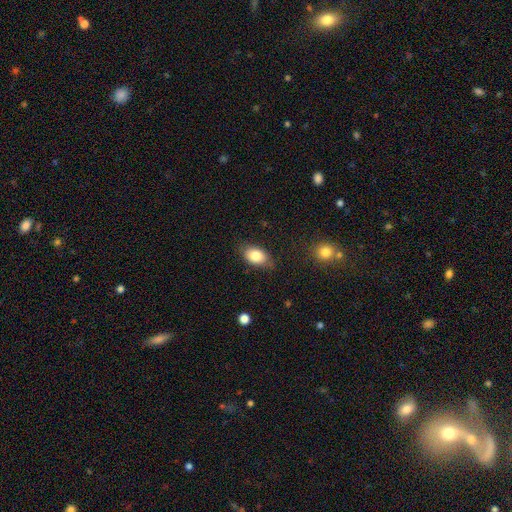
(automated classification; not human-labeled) The model was most divided on "merging": none: 75%, minor disturbance: 19%, major disturbance: 4%, merger: 2%. More confident: how rounded — in between (87%); smooth or featured — smooth (82%).